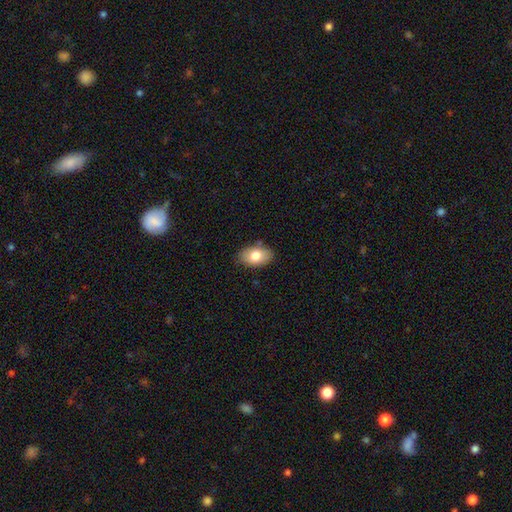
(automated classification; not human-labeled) Q: Smooth or featured?
A: smooth (80%); runner-up: featured or disk (13%)
Q: How rounded?
A: in between (90%); runner-up: round (8%)
Q: Merging?
A: none (82%); runner-up: minor disturbance (14%)